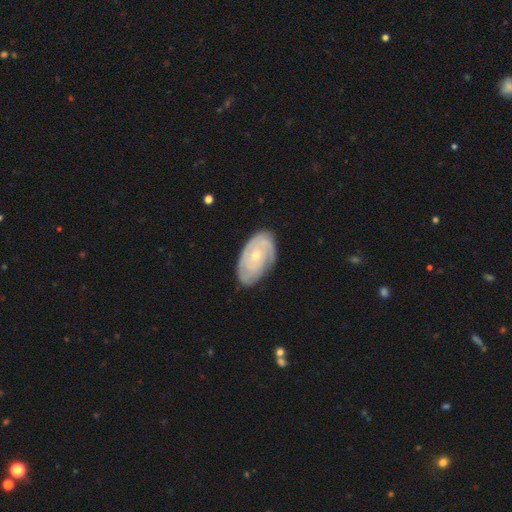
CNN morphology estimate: Overall: featured or disk (77%). Edge-on disk: no (96%). Bar: no (80%). Spiral arms: yes (91%). Spiral arm count: can't tell (38%; 2 30%). Spiral winding: tight (76%). Bulge size: small (64%; moderate 32%). Merging: none (76%).